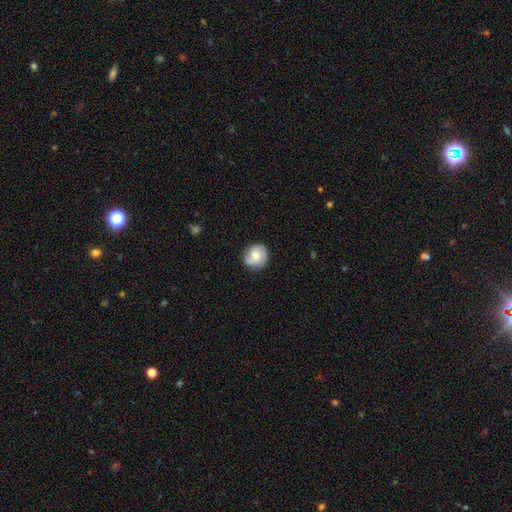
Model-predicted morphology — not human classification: Smooth or featured? smooth (57%)
How rounded? round (86%)
Merging? none (75%)